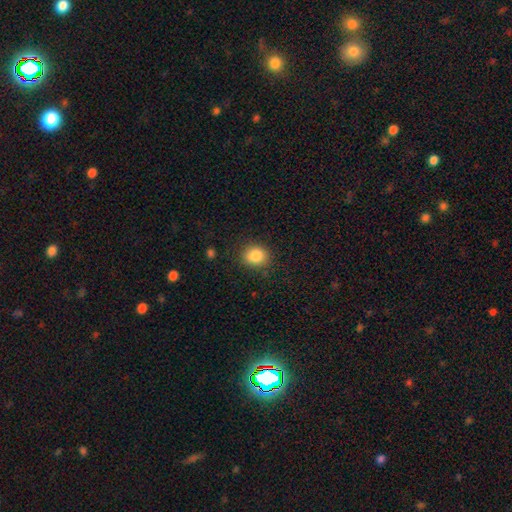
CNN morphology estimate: Smooth or featured? smooth (84%)
How rounded? round (68%)
Merging? none (85%)